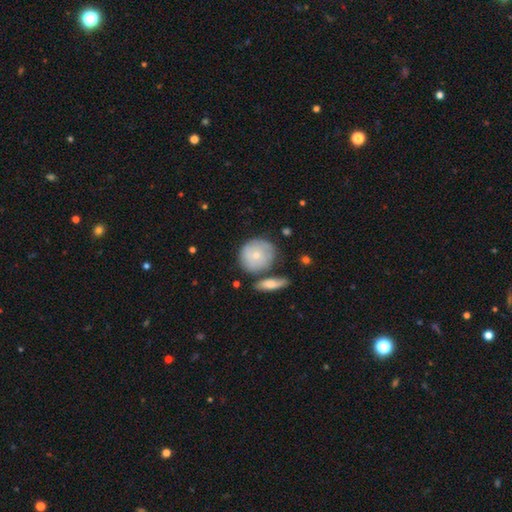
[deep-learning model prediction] A smooth galaxy with no disk features (62%) that is round (89%). Merging: none (59%).